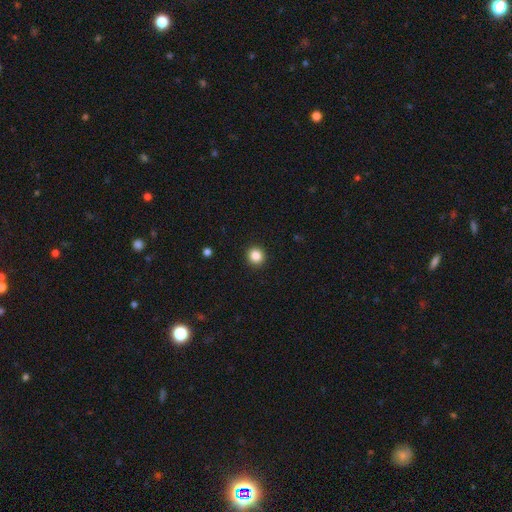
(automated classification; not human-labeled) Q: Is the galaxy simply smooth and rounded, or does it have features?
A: smooth — 85%.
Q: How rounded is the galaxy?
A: round — 93%.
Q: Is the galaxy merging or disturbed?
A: none — 93%.